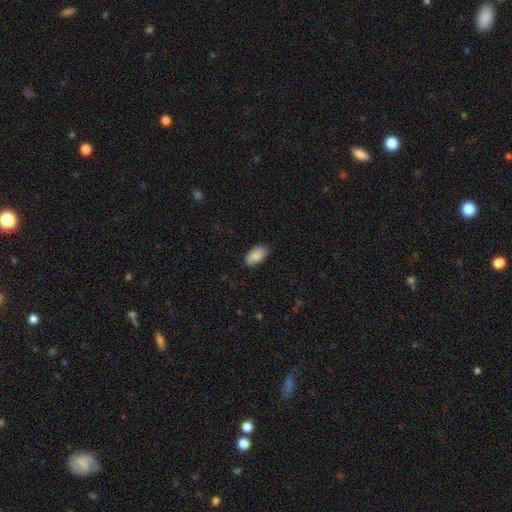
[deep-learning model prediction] This appears to be a smooth galaxy with no disk features (83%) that is in between round and cigar-shaped (94%). Merging: none (79%).